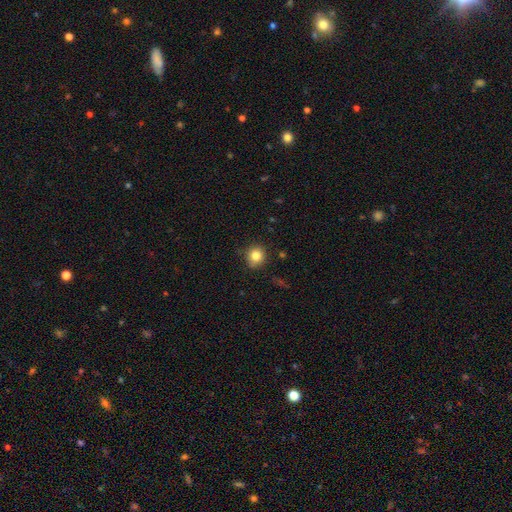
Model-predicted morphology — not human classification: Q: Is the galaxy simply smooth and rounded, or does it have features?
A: smooth — 83%.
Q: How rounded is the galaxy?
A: round — 85%.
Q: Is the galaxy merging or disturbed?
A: none — 85%.